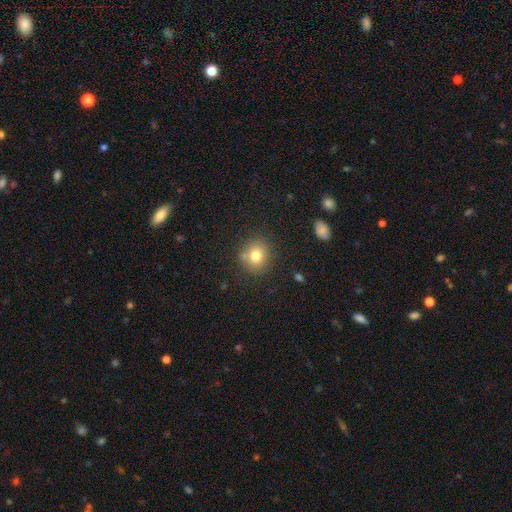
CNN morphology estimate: smooth-or-featured: smooth: 77% | star or artifact: 12% | featured or disk: 11%
  how-rounded: round: 81% | in between: 18% | cigar-shaped: 1%
  merging: none: 78% | minor disturbance: 12% | merger: 7% | major disturbance: 3%